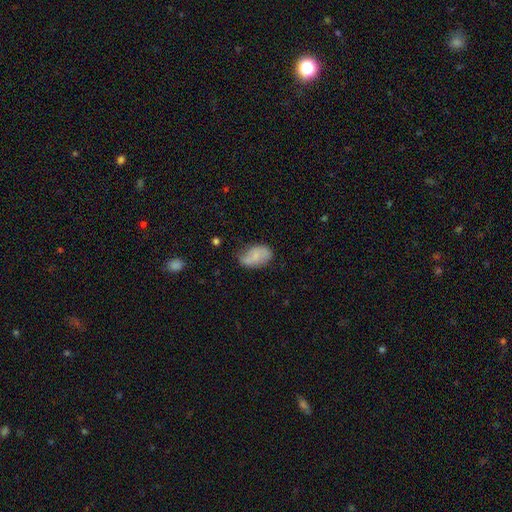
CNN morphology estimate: smooth-or-featured: smooth: 64% | featured or disk: 28% | star or artifact: 8%
  how-rounded: in between: 91% | round: 8% | cigar-shaped: 2%
  merging: none: 58% | minor disturbance: 31% | major disturbance: 8% | merger: 3%